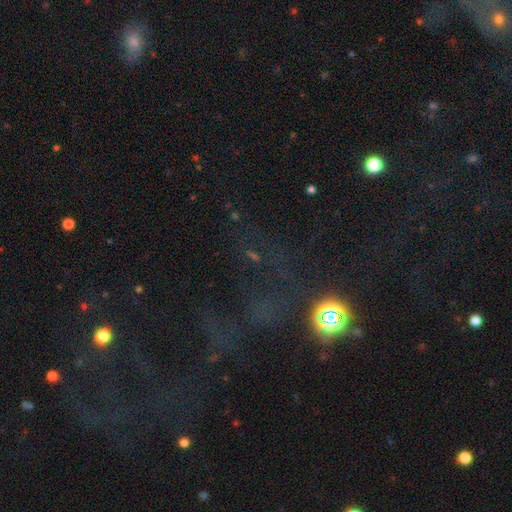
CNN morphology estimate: A star or artifact, not a galaxy (66%).

Vote fractions:
- Smooth or featured? star or artifact: 66% / smooth: 21% / featured or disk: 14%